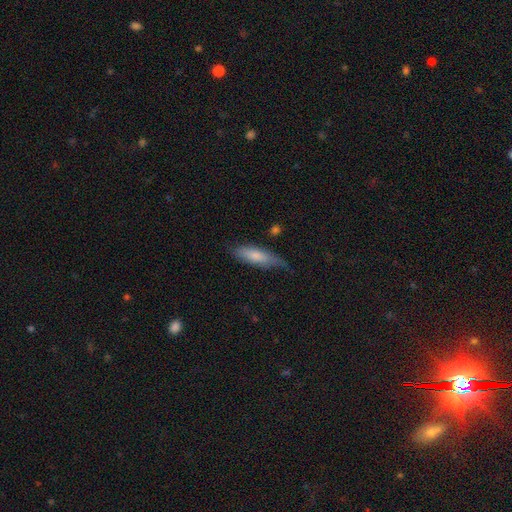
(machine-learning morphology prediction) Smooth or featured: smooth — 72% (featured or disk — 22%)
How rounded: cigar-shaped — 54% (in between — 45%)
Merging: none — 54% (minor disturbance — 34%)